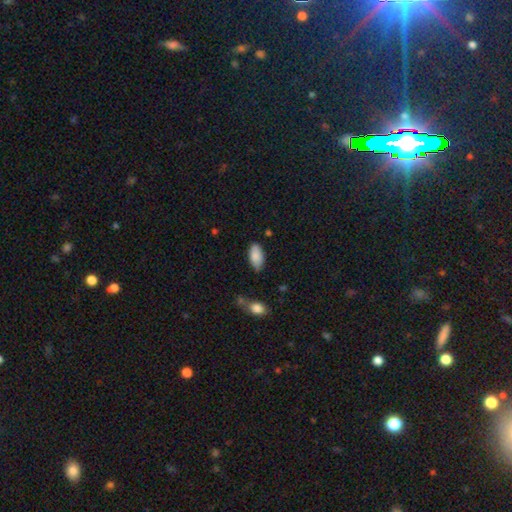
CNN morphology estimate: Overall: smooth (87%). How rounded: in between (93%). Merging: none (76%).